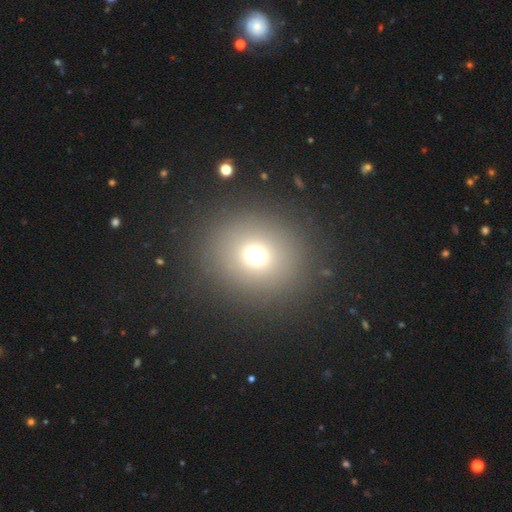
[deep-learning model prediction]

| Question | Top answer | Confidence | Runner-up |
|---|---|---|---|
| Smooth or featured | smooth | 70% | star or artifact (19%) |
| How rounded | round | 86% | in between (13%) |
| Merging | none | 88% | minor disturbance (6%) |